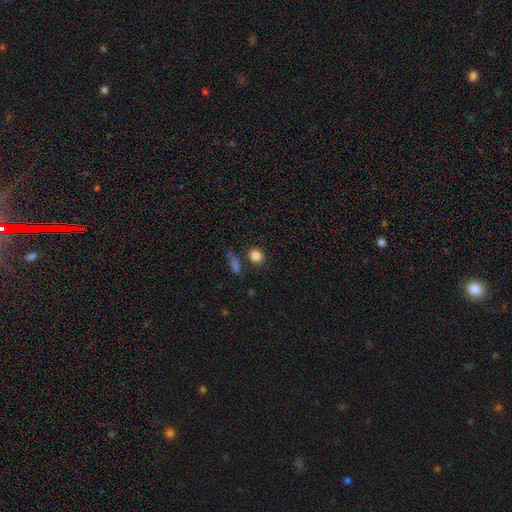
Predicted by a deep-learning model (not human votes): The model was most divided on "how rounded": round: 74%, in between: 25%, cigar-shaped: 1%. More confident: smooth or featured — smooth (83%); merging — none (79%).